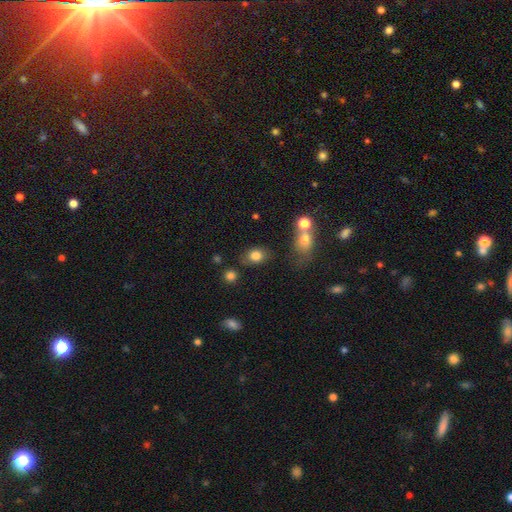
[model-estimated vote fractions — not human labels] smooth 82%, star or artifact 11%, featured or disk 7%. Down the decision tree: how rounded — in between (59%); merging — none (70%).